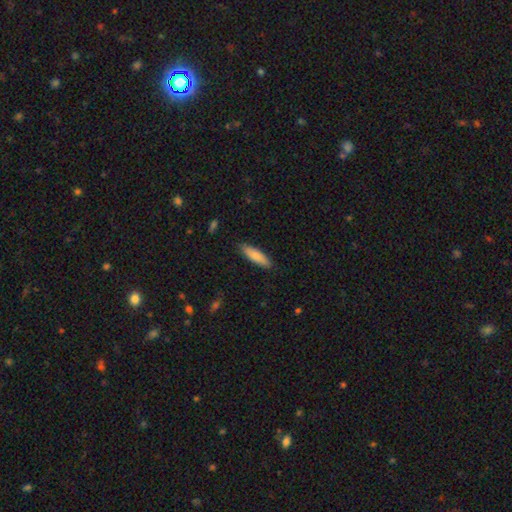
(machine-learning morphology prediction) This is clearly a smooth galaxy (83%). How rounded: likely cigar-shaped (64%). Merging: clearly none (87%).